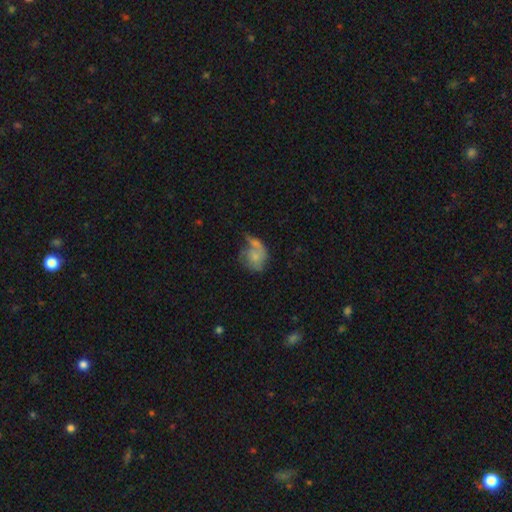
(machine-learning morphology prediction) This is possibly a smooth galaxy (51%). How rounded: possibly round (51%). Merging: marginally none (28%).